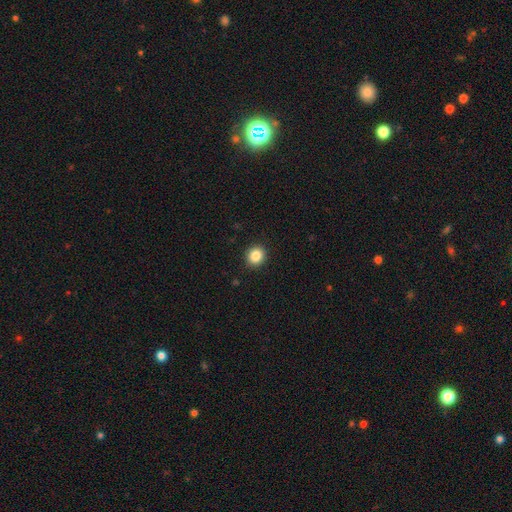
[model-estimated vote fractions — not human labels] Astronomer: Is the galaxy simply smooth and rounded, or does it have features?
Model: smooth — 85%.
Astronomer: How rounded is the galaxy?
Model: round — 84%.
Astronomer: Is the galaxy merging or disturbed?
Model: none — 92%.